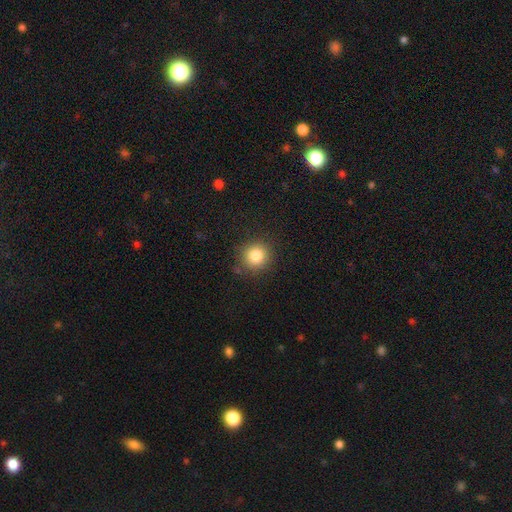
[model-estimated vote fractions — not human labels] Overall: smooth (82%). How rounded: round (90%). Merging: none (87%).